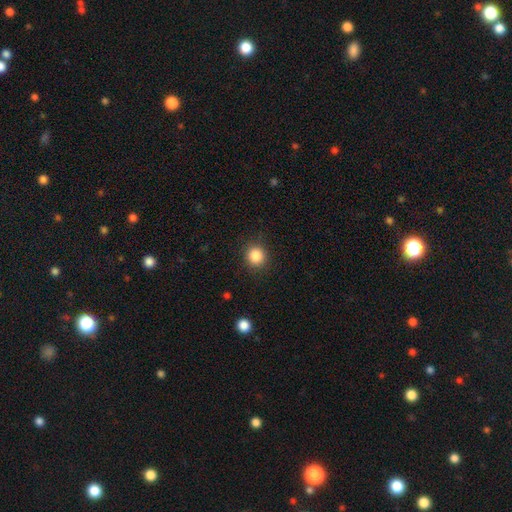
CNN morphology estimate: smooth_or_featured: smooth (p=0.86) [alt: star or artifact p=0.10]
how_rounded: round (p=0.91) [alt: in between p=0.08]
merging: none (p=0.89) [alt: minor disturbance p=0.08]